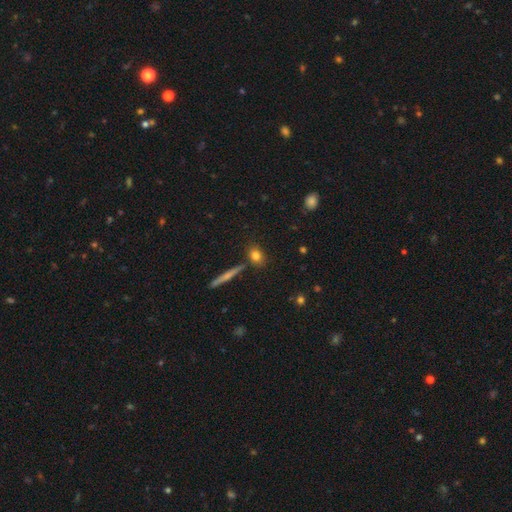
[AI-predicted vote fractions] This appears to be a smooth galaxy with no disk features (79%) that is in between round and cigar-shaped (55%). Merging: none (78%).